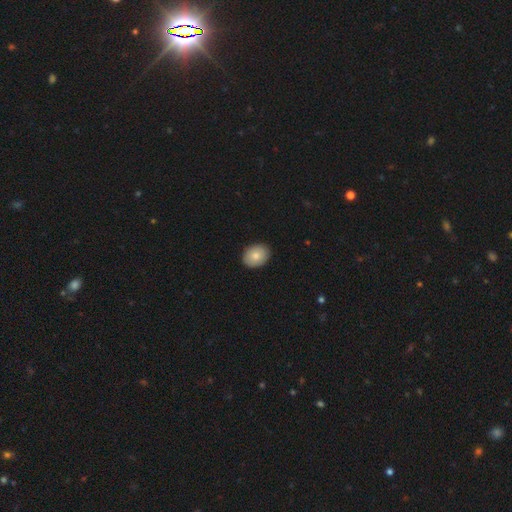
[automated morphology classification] smooth 83%, featured or disk 10%, star or artifact 7%. Down the decision tree: how rounded — in between (63%); merging — none (90%).